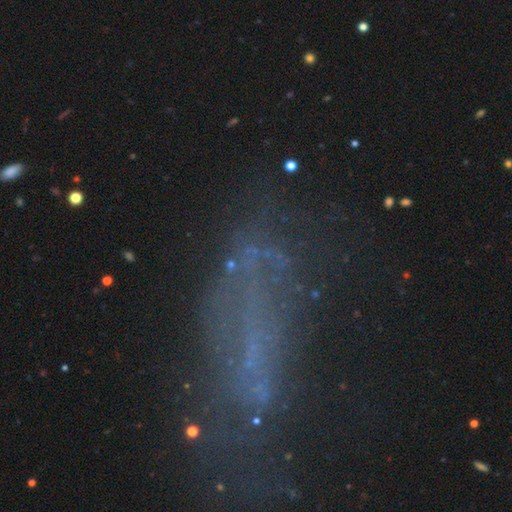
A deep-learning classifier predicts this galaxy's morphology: A featured or disk galaxy (44%). Merging: none (46%).